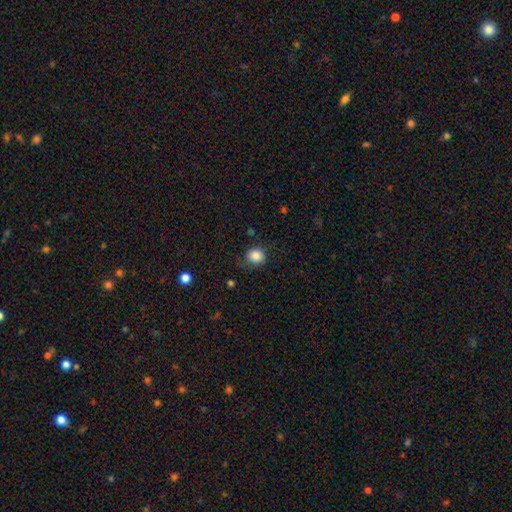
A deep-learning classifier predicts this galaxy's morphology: The model was most divided on "merging": none: 67%, minor disturbance: 24%, major disturbance: 8%, merger: 2%. More confident: smooth or featured — smooth (85%); how rounded — round (76%).